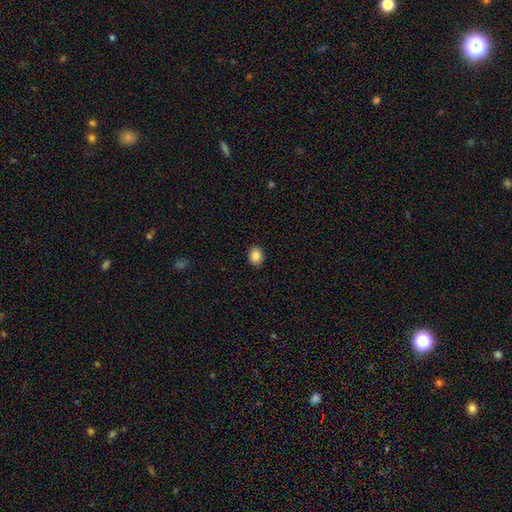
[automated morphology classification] The model was most divided on "how rounded": round: 50%, in between: 49%, cigar-shaped: 1%. More confident: merging — none (91%); smooth or featured — smooth (84%).